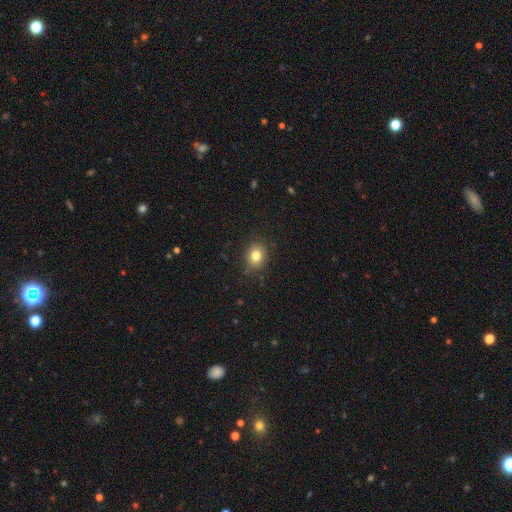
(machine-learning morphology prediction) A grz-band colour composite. It shows a smooth galaxy with no disk features (80%) that is round (64%). Merging: none (86%).